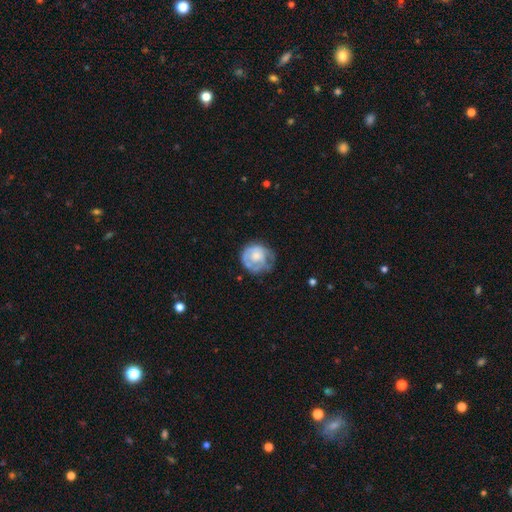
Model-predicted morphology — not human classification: A featured or disk galaxy (48%). Merging: none (51%).